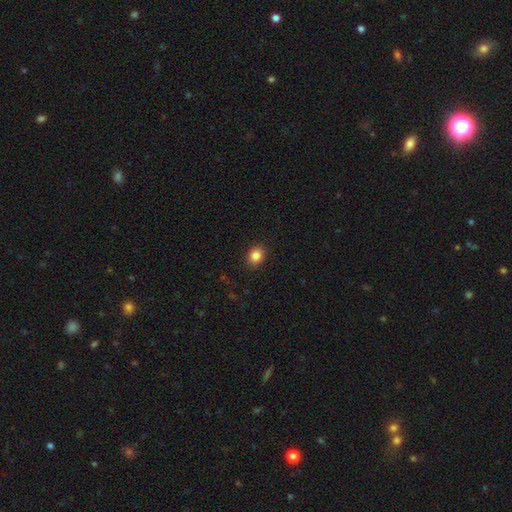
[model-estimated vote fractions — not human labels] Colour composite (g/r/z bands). It shows a smooth galaxy with no disk features (85%) that is round (56%). Merging: none (90%).